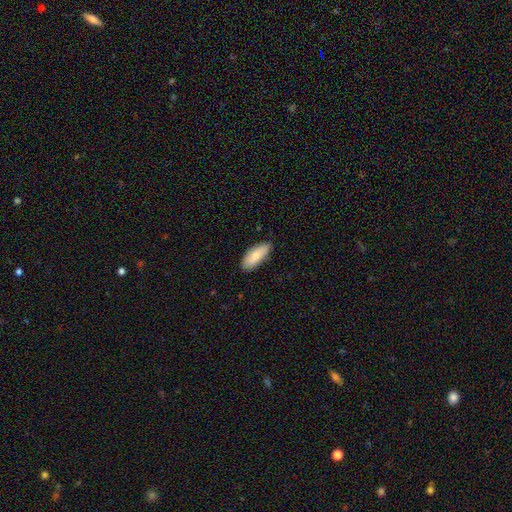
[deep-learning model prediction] Smooth or featured? Predicted: smooth (p=0.81). How rounded? Predicted: in between (p=0.81). Merging? Predicted: none (p=0.83).